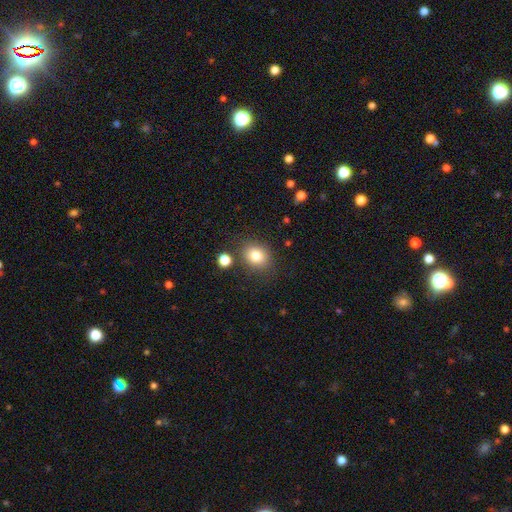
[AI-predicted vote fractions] The model was most divided on "how rounded": round: 63%, in between: 36%, cigar-shaped: 1%. More confident: smooth or featured — smooth (81%); merging — none (79%).